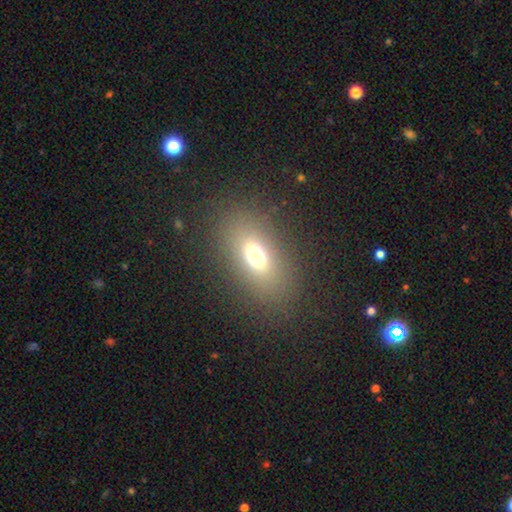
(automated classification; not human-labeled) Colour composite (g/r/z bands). It shows a smooth galaxy with no disk features (67%) that is in between round and cigar-shaped (78%). Merging: none (82%).